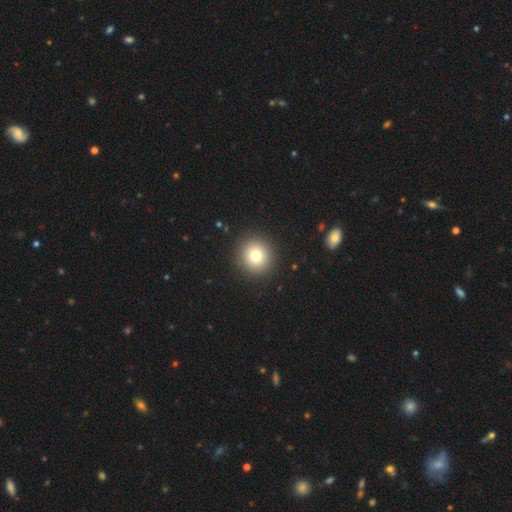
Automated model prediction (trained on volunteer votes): This appears to be a smooth galaxy with no disk features (76%) that is round (94%). Merging: none (92%).